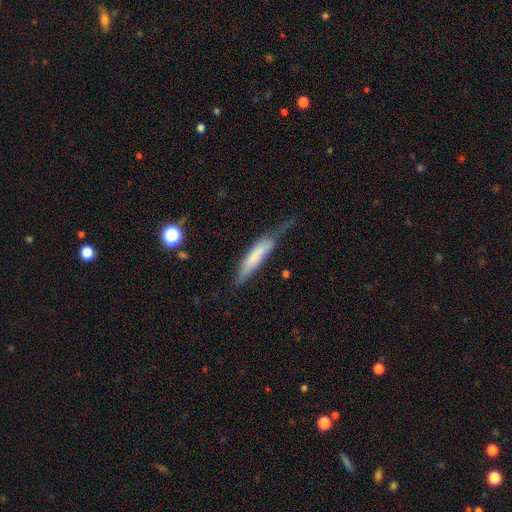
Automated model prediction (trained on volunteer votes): Morphology: type=smooth (68%); roundness=cigar-shaped (84%); merging=none (37%).